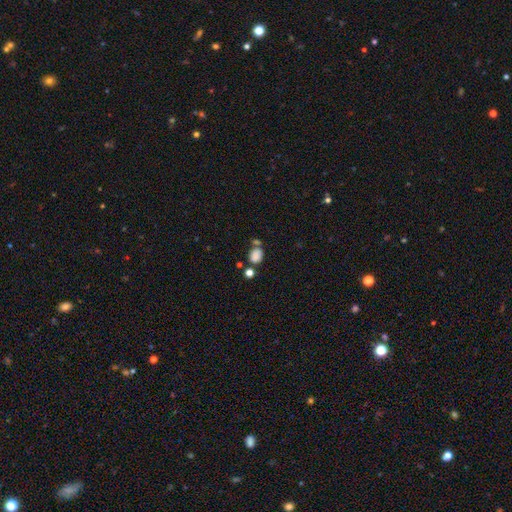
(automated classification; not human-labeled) A smooth galaxy with no disk features (82%) that is in between round and cigar-shaped (49%, tied with round).

Vote fractions:
- Smooth or featured? smooth: 82% / star or artifact: 12% / featured or disk: 6%
- How rounded? in between: 49% (tied) / round: 49% (tied) / cigar-shaped: 1%
- Merging? none: 56% / merger: 24% / minor disturbance: 14% / major disturbance: 6%